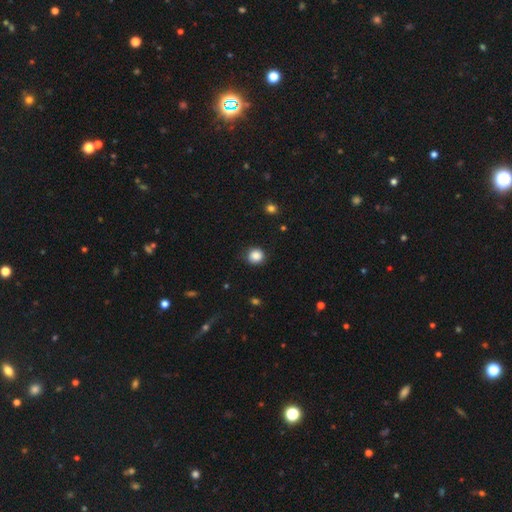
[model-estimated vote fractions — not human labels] The model was most divided on "merging": none: 83%, minor disturbance: 13%, major disturbance: 3%, merger: 1%. More confident: how rounded — round (89%); smooth or featured — smooth (86%).